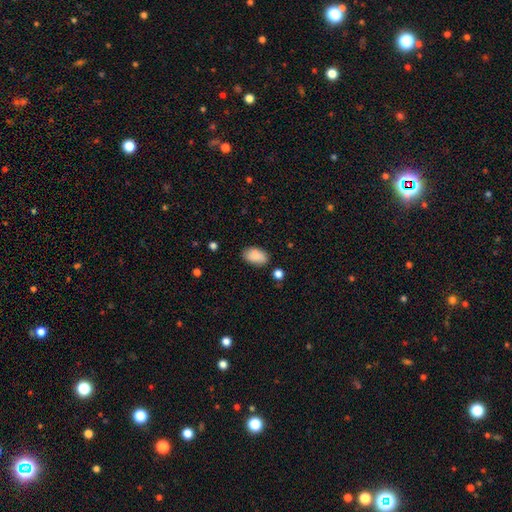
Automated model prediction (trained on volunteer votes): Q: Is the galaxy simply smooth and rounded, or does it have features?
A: smooth — 87%.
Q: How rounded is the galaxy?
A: in between — 92%.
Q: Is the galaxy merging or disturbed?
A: none — 77%.